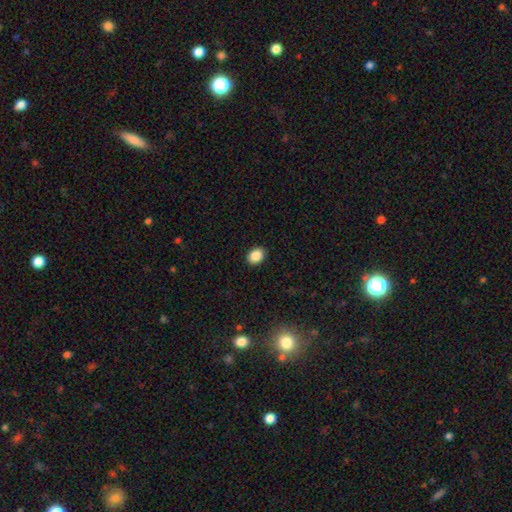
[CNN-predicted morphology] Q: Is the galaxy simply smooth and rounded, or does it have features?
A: smooth — 88%.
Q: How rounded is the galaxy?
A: in between — 62%.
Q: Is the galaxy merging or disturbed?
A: none — 91%.